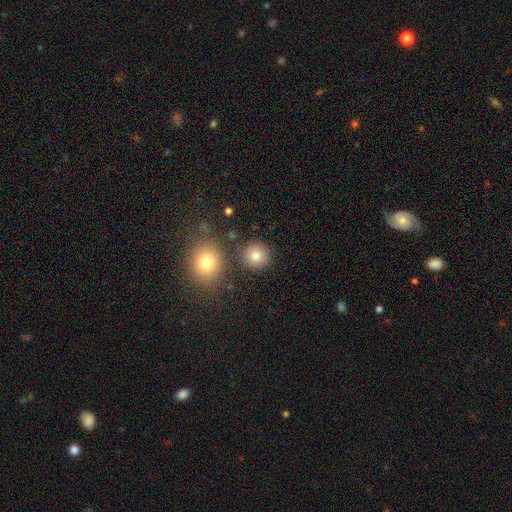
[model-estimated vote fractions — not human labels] smooth 81%, star or artifact 12%, featured or disk 7%. Down the decision tree: how rounded — round (92%); merging — none (85%).